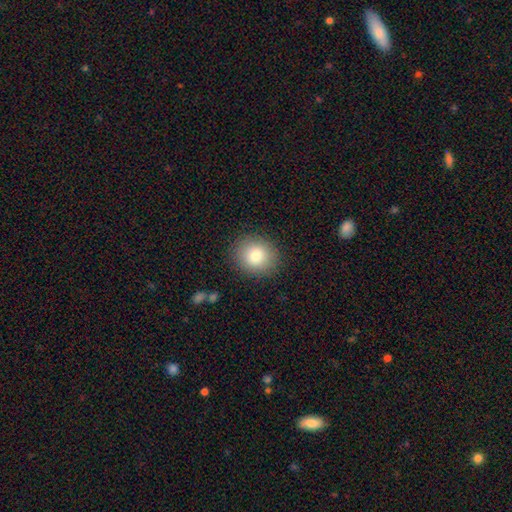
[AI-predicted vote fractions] Q: Smooth or featured?
A: smooth (81%); runner-up: star or artifact (10%)
Q: How rounded?
A: round (80%); runner-up: in between (19%)
Q: Merging?
A: none (88%); runner-up: minor disturbance (8%)